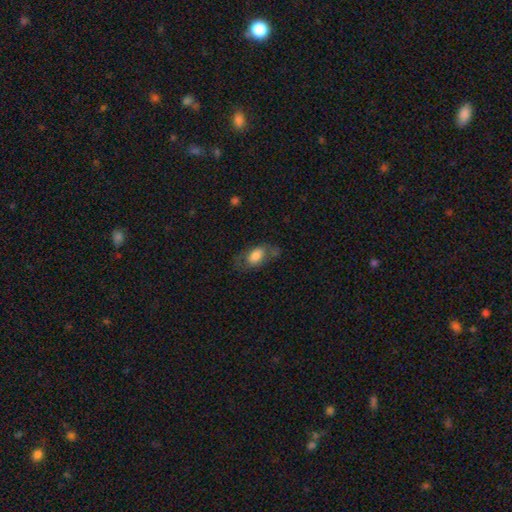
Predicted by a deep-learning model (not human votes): smooth-or-featured: smooth: 68% | featured or disk: 24% | star or artifact: 7%
  how-rounded: in between: 88% | round: 8% | cigar-shaped: 4%
  merging: none: 53% | minor disturbance: 25% | major disturbance: 18% | merger: 4%